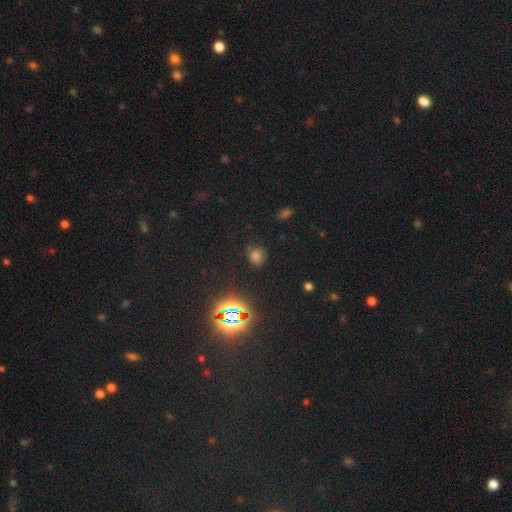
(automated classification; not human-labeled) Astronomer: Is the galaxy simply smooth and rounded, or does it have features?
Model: smooth — 52% (runner-up: star or artifact, 39%).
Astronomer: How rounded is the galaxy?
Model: round — 65%.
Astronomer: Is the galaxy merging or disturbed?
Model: none — 73%.